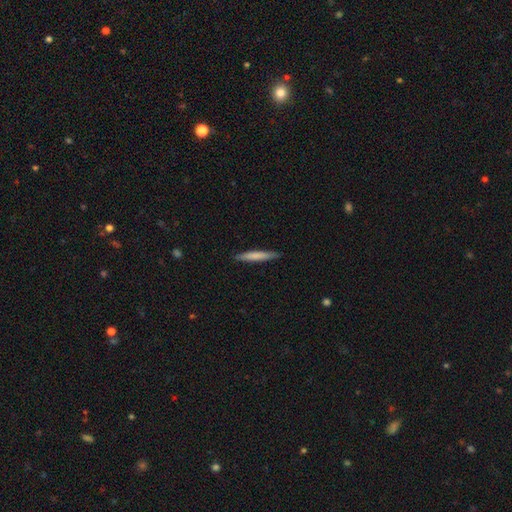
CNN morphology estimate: Smooth or featured? smooth (72%)
How rounded? cigar-shaped (94%)
Merging? none (89%)